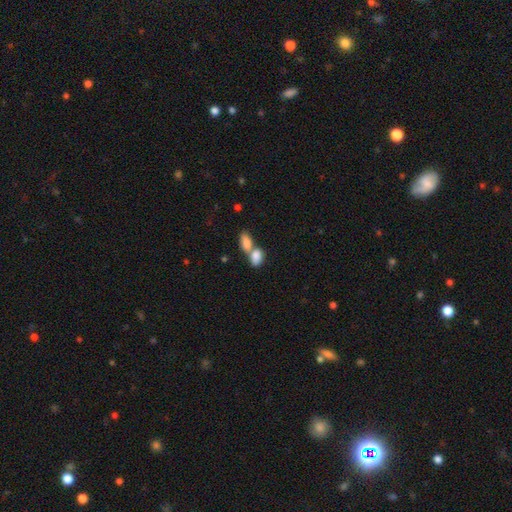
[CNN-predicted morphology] Smooth or featured?
  - smooth: 85% *
  - featured or disk: 9%
  - star or artifact: 7%
How rounded?
  - in between: 89% *
  - round: 8%
  - cigar-shaped: 3%
Merging?
  - merger: 66% *
  - none: 23%
  - minor disturbance: 7%
  - major disturbance: 4%